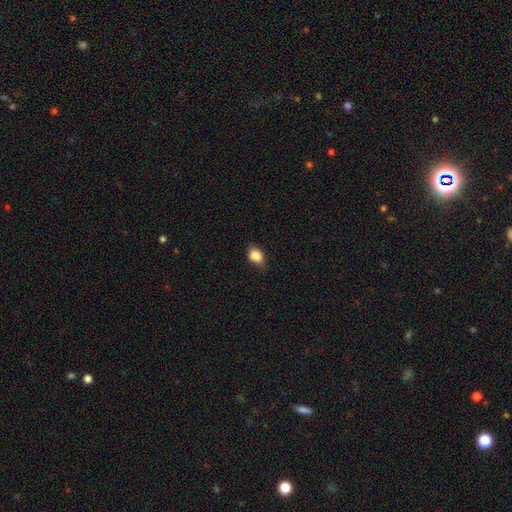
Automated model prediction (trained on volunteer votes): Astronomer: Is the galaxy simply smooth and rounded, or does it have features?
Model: smooth — 87%.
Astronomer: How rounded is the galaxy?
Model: in between — 71%.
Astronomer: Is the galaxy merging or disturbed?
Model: none — 72%.